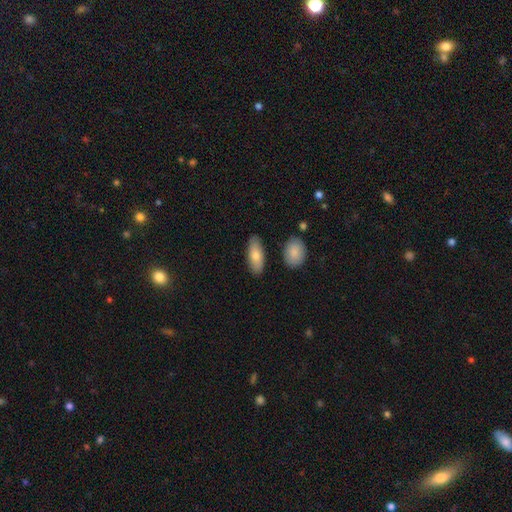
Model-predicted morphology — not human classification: This is likely a smooth galaxy (78%). How rounded: clearly in between (80%). Merging: clearly none (83%).